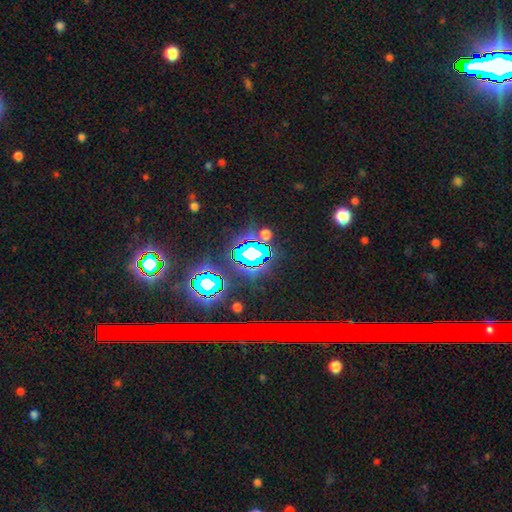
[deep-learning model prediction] The model was most divided on "smooth or featured": star or artifact: 77%, smooth: 11%, featured or disk: 11%.